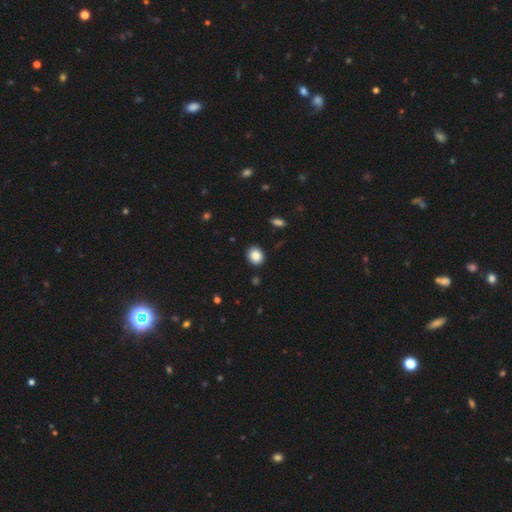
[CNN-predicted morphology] smooth 87%, star or artifact 9%, featured or disk 4%. Down the decision tree: how rounded — round (56%); merging — none (90%).